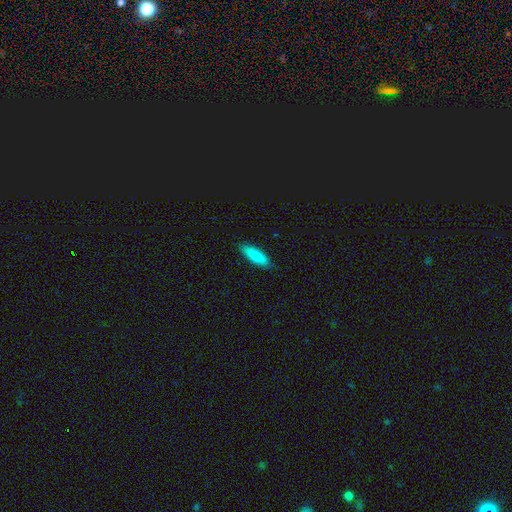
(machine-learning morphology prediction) type=smooth (88%); roundness=cigar-shaped (53%); merging=none (86%).